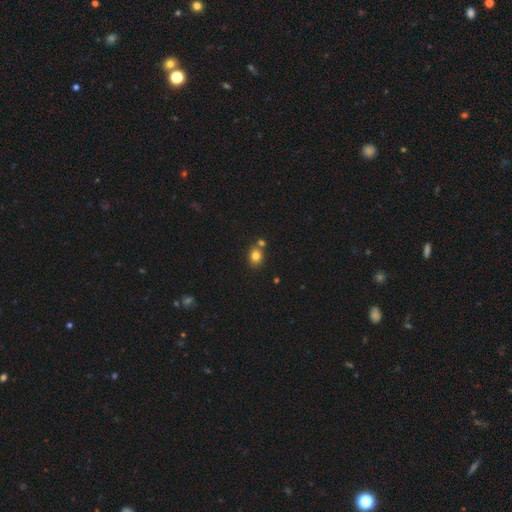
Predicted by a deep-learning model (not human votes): A smooth galaxy with no disk features (81%) that is round (61%). Merging: none (68%).